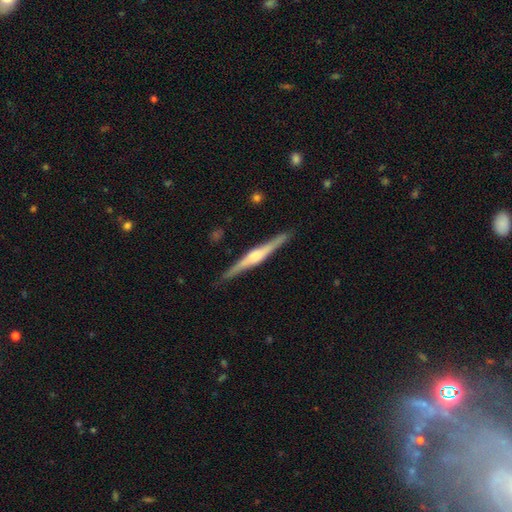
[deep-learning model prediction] A featured or disk galaxy (77%) viewed edge-on (98%) with a rounded central bulge (63%). Merging: none (89%).